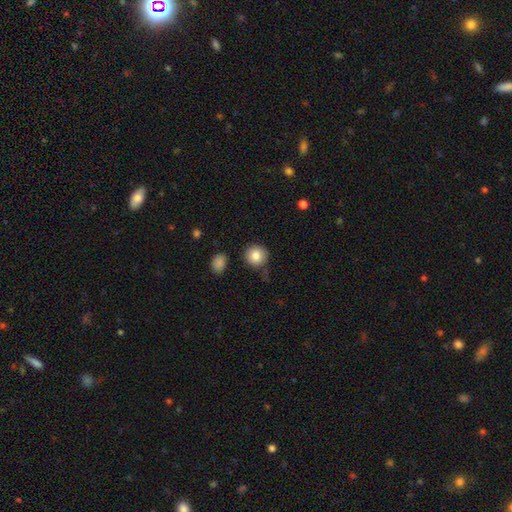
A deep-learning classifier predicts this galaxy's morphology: smooth-or-featured: smooth: 84% | star or artifact: 9% | featured or disk: 7%
  how-rounded: round: 92% | in between: 7% | cigar-shaped: 1%
  merging: none: 83% | minor disturbance: 11% | merger: 3% | major disturbance: 3%